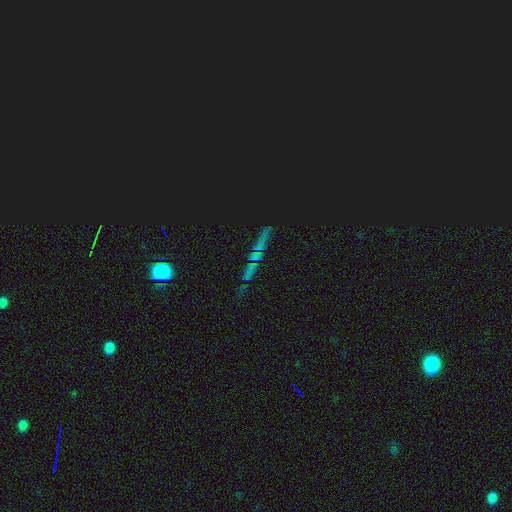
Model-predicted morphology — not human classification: A star or artifact, not a galaxy (57%).